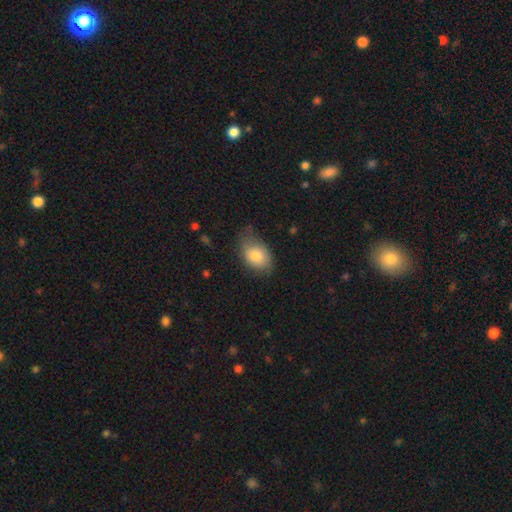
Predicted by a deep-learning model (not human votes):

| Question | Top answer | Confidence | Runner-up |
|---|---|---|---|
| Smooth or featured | smooth | 80% | featured or disk (13%) |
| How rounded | in between | 85% | round (14%) |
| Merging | none | 52% | minor disturbance (35%) |